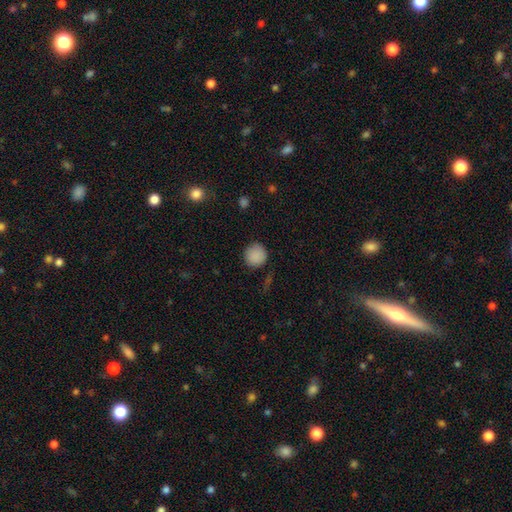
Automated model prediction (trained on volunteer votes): Overall: smooth (87%). How rounded: round (92%). Merging: none (83%).